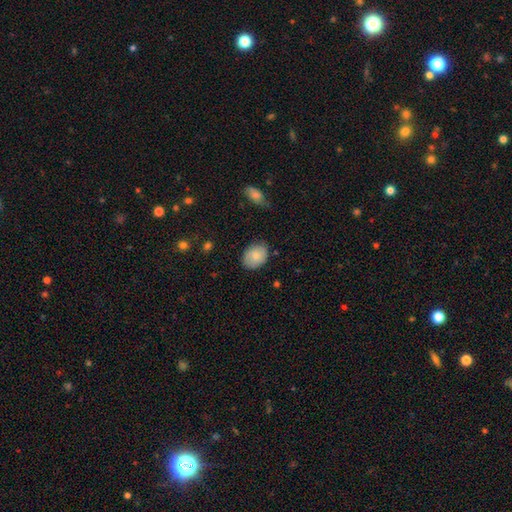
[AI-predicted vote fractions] This appears to be a smooth galaxy with no disk features (83%) that is in between round and cigar-shaped (72%). Merging: none (79%).